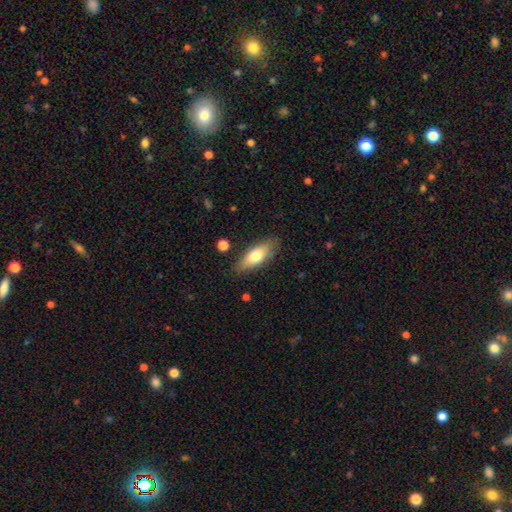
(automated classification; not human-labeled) Q: Smooth or featured?
A: smooth (71%); runner-up: featured or disk (23%)
Q: How rounded?
A: in between (70%); runner-up: cigar-shaped (27%)
Q: Merging?
A: none (83%); runner-up: minor disturbance (12%)